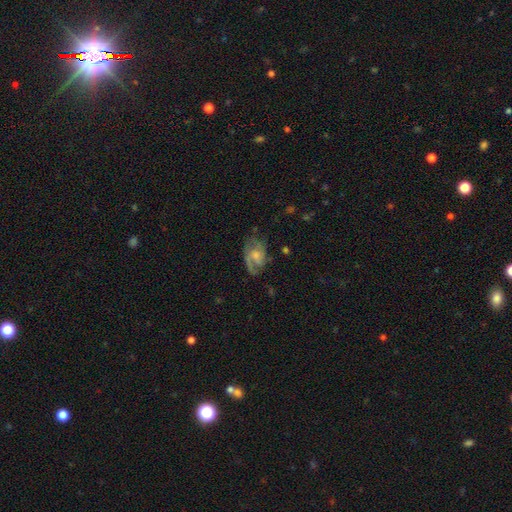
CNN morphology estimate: Smooth or featured? featured or disk (69%)
Edge-on disk? no (97%)
Bar? no (64%)
Spiral arms? yes (86%)
Spiral winding? medium (46%)
Spiral arm count? 2 (44%)
Bulge size? moderate (42%)
Merging? none (55%)